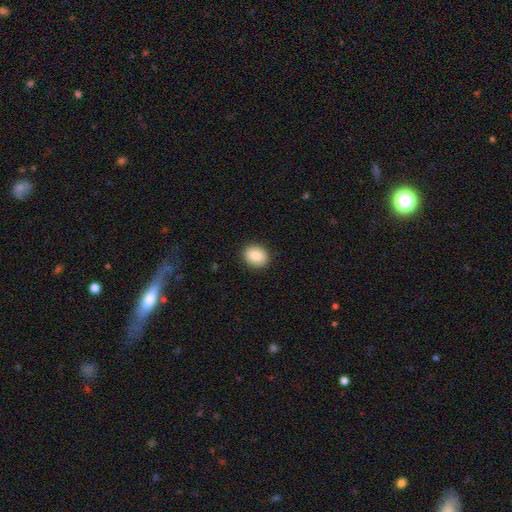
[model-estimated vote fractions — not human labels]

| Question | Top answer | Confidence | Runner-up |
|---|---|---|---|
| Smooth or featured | smooth | 85% | featured or disk (8%) |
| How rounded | round | 53% | in between (46%) |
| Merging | none | 90% | minor disturbance (7%) |